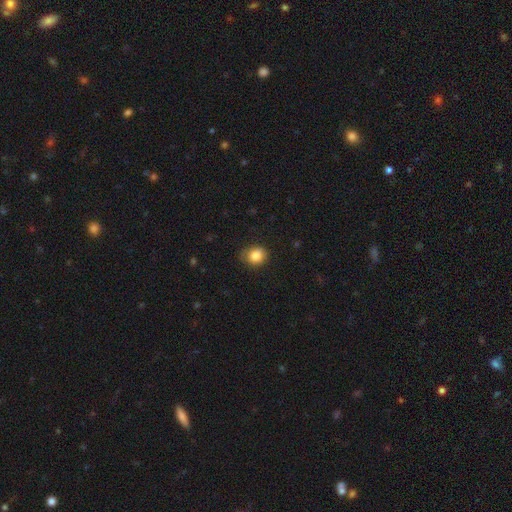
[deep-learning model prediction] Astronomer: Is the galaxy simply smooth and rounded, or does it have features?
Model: smooth — 85%.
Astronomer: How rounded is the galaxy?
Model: round — 66%.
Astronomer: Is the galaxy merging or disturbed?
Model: none — 74%.